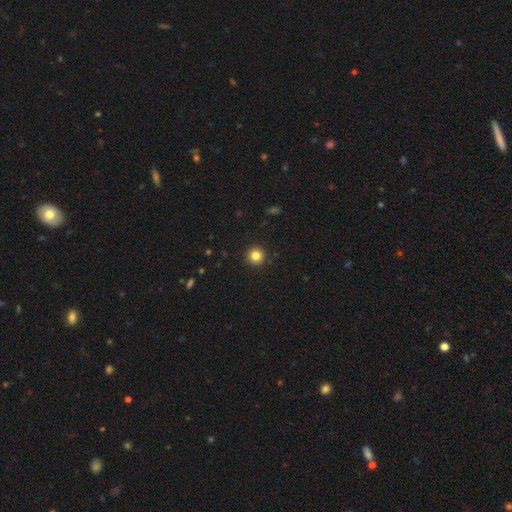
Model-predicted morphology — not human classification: smooth-or-featured: smooth: 84% | star or artifact: 11% | featured or disk: 5%
  how-rounded: round: 96% | in between: 3% | cigar-shaped: 1%
  merging: none: 93% | minor disturbance: 4% | major disturbance: 2% | merger: 1%